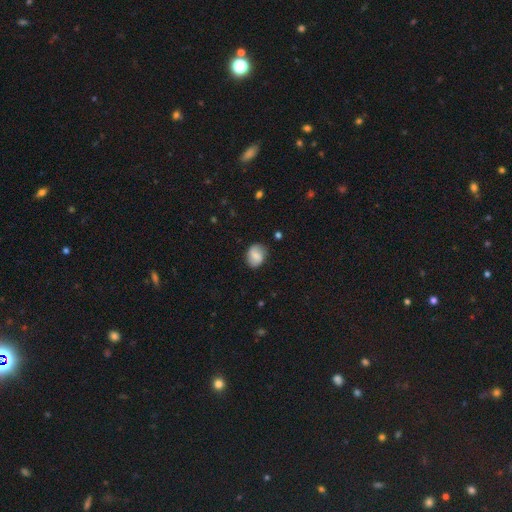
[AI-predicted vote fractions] Q: Smooth or featured?
A: smooth (66%); runner-up: featured or disk (25%)
Q: How rounded?
A: in between (52%); runner-up: round (46%)
Q: Merging?
A: none (79%); runner-up: minor disturbance (16%)